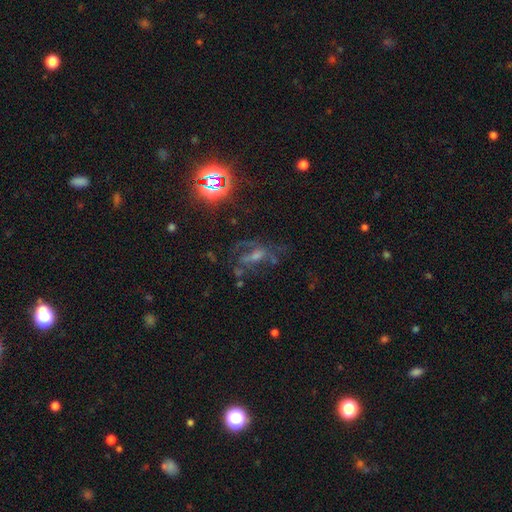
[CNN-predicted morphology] This is possibly a featured or disk galaxy (46%). Merging: possibly none (49%).